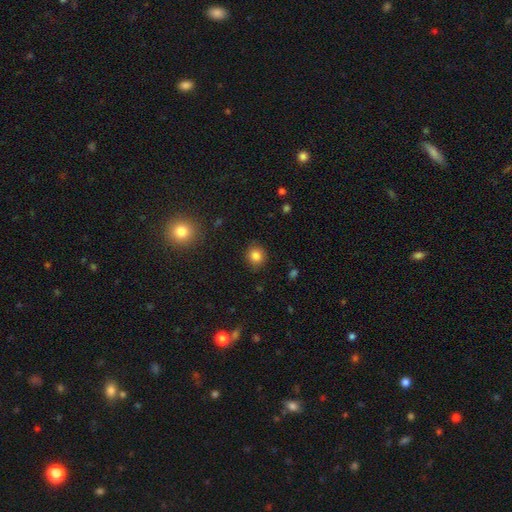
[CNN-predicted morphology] This appears to be a smooth galaxy with no disk features (83%) that is round (81%). Merging: none (87%).